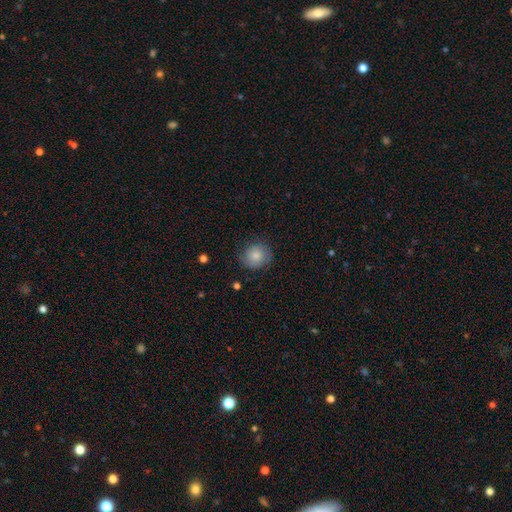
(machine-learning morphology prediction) Smooth or featured: smooth — 80% (featured or disk — 12%)
How rounded: round — 84% (in between — 15%)
Merging: none — 79% (minor disturbance — 16%)